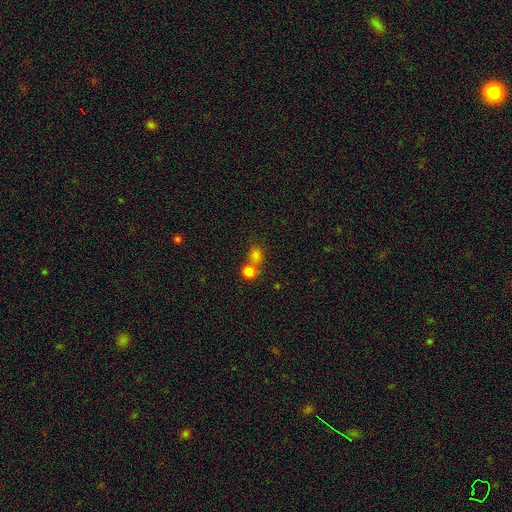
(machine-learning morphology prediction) This appears to be a smooth galaxy with no disk features (78%) that is round (69%). Merging: none (46%).